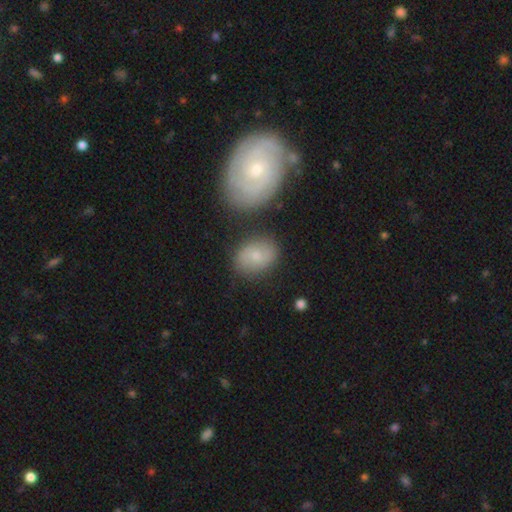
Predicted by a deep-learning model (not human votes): The model was most divided on "smooth or featured": smooth: 61%, featured or disk: 31%, star or artifact: 9%. More confident: merging — none (72%); how rounded — in between (67%).